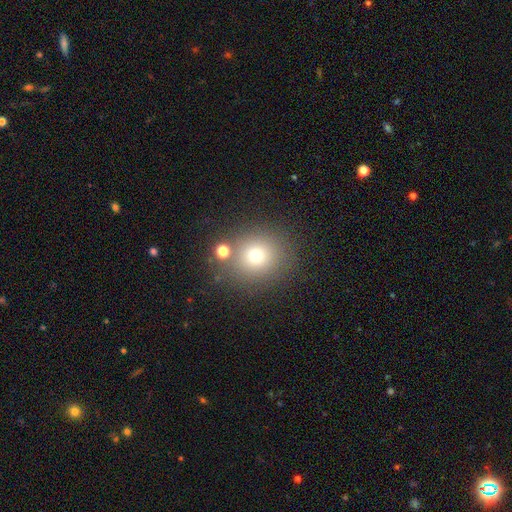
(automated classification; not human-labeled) Smooth or featured? Predicted: smooth (p=0.71). How rounded? Predicted: round (p=0.85). Merging? Predicted: none (p=0.75).